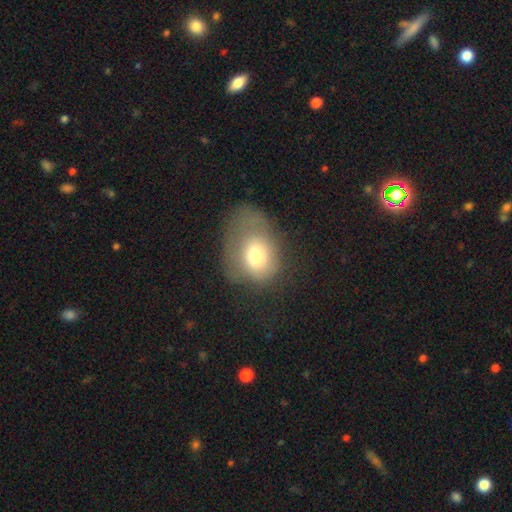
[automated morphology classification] This is likely a smooth galaxy (70%). How rounded: possibly in between (55%). Merging: marginally major disturbance (42%).